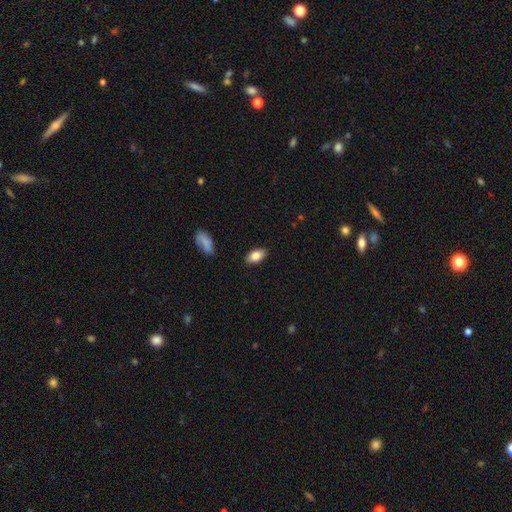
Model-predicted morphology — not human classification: Smooth or featured? smooth (82%)
How rounded? in between (92%)
Merging? none (87%)